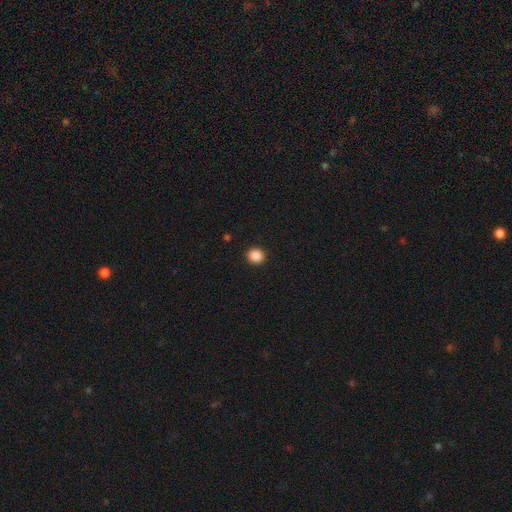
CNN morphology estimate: The model was most divided on "smooth or featured": smooth: 88%, star or artifact: 10%, featured or disk: 2%. More confident: merging — none (93%); how rounded — round (89%).